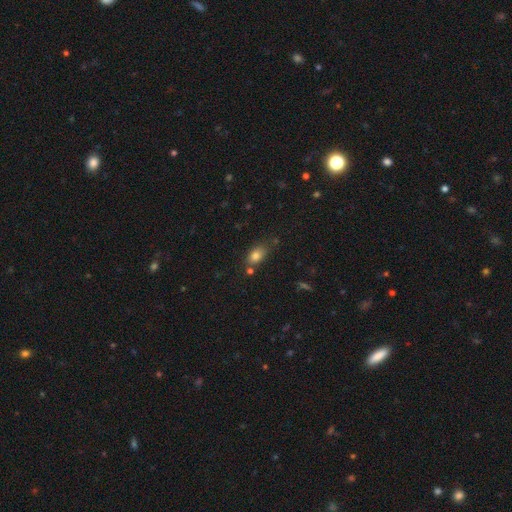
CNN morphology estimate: A smooth galaxy with no disk features (80%) that is in between round and cigar-shaped (81%). Merging: none (63%).